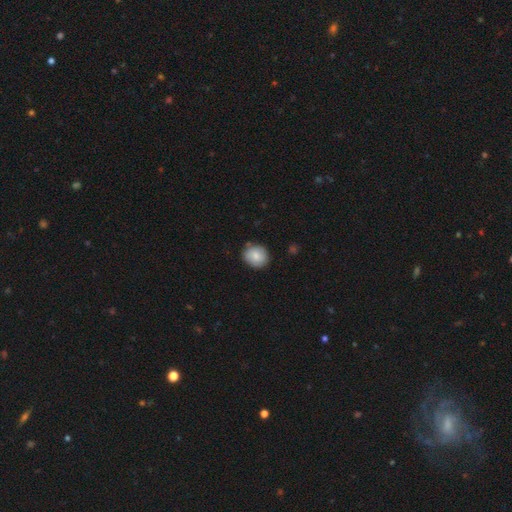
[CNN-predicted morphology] A smooth galaxy with no disk features (82%) that is round (75%).

Vote fractions:
- Smooth or featured? smooth: 82% / featured or disk: 10% / star or artifact: 7%
- How rounded? round: 75% / in between: 24% / cigar-shaped: 1%
- Merging? none: 81% / minor disturbance: 15% / major disturbance: 3% / merger: 2%